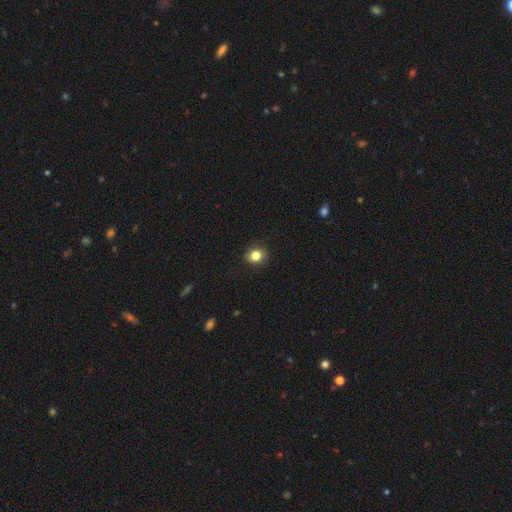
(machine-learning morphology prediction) Smooth or featured? Predicted: smooth (p=0.83). How rounded? Predicted: round (p=0.78). Merging? Predicted: none (p=0.91).